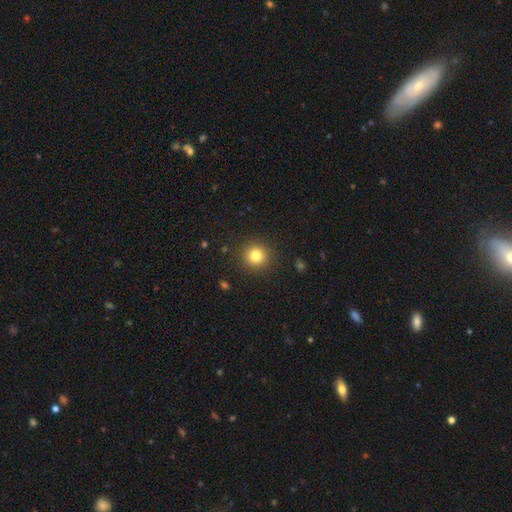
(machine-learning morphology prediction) type=smooth (81%); roundness=round (94%); merging=none (91%).